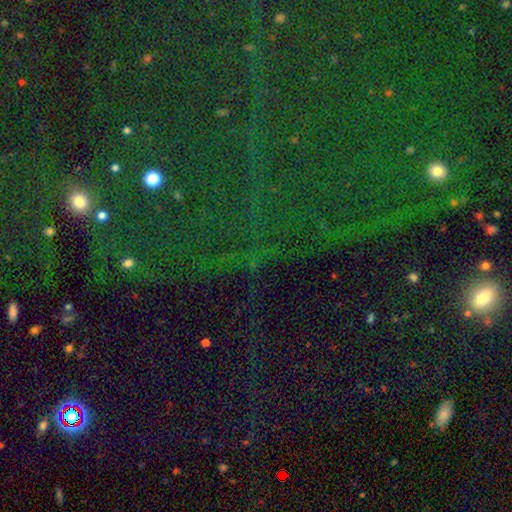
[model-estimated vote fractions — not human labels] Smooth or featured? star or artifact (82%)